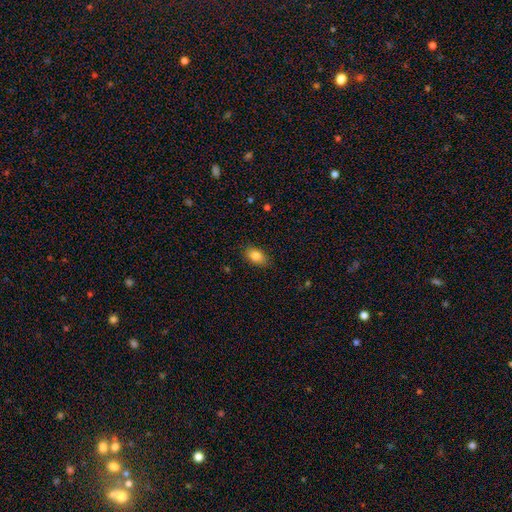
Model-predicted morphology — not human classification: A smooth galaxy with no disk features (84%) that is in between round and cigar-shaped (86%). Merging: none (84%).